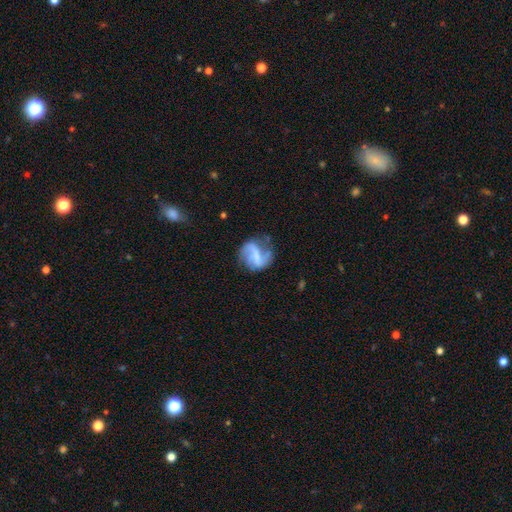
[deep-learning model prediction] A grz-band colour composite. It shows a featured or disk galaxy (75%) with a strong bar (44%), 2 (81%) loose (54%) spiral arms (89%) and no central bulge (46%). Merging: none (60%).